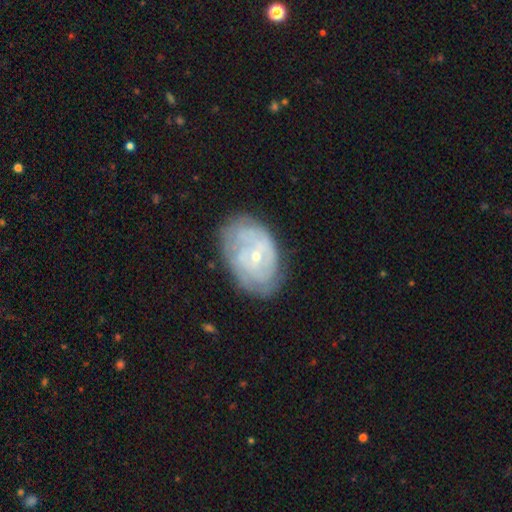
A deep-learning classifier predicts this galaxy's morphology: Smooth or featured? Predicted: featured or disk (p=0.72). Edge-on disk? Predicted: no (p=0.96). Bar? Predicted: no (p=0.67). Spiral arms? Predicted: yes (p=0.76). Spiral winding? Predicted: tight (p=0.70). Spiral arm count? Predicted: can't tell (p=0.56). Bulge size? Predicted: small (p=0.72). Merging? Predicted: none (p=0.66).